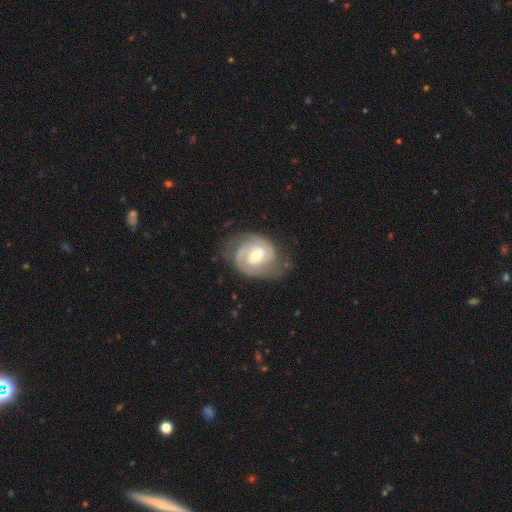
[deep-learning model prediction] Morphology: type=featured or disk (86%); edge-on=no (98%); bar=weak (55%); spiral arms=yes (95%); winding=tight (57%); arm count=2 (71%); bulge=moderate (59%); merging=none (68%).